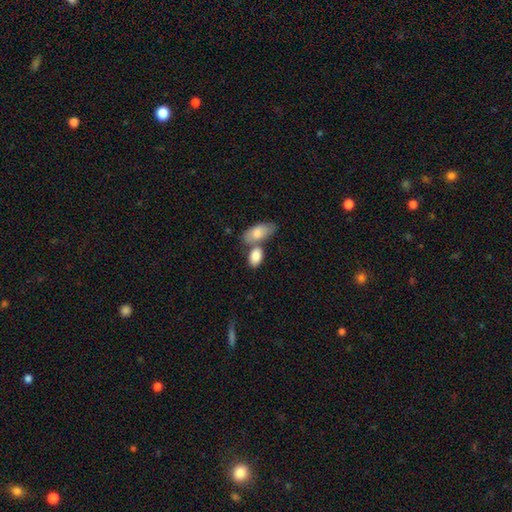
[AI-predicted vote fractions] A smooth galaxy with no disk features (84%) that is in between round and cigar-shaped (91%).

Vote fractions:
- Smooth or featured? smooth: 84% / featured or disk: 10% / star or artifact: 6%
- How rounded? in between: 91% / round: 6% / cigar-shaped: 3%
- Merging? merger: 42% (tied) / none: 42% (tied) / minor disturbance: 12% / major disturbance: 4%